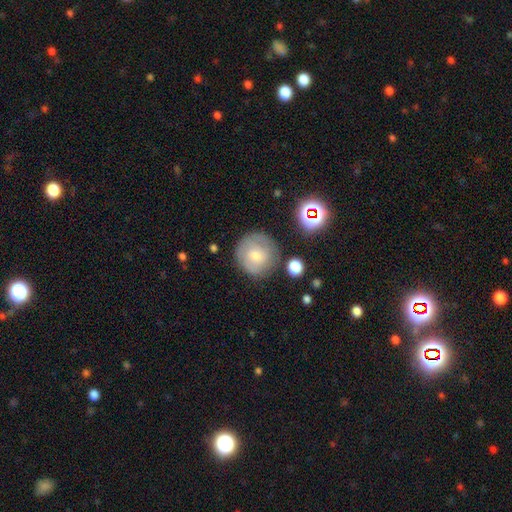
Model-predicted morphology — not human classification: type=smooth (59%); roundness=round (94%); merging=none (76%).